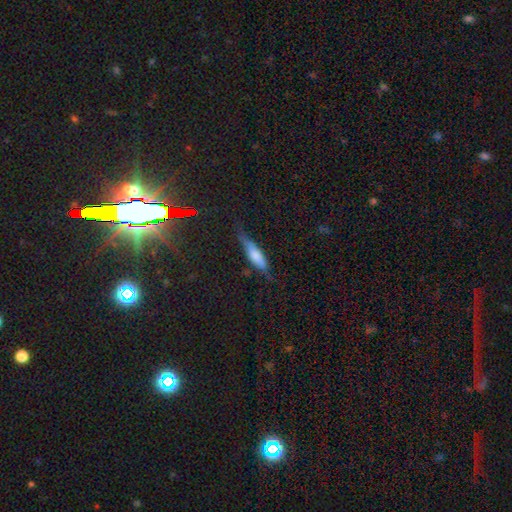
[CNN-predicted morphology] type=smooth (58%); roundness=cigar-shaped (65%); merging=none (62%).